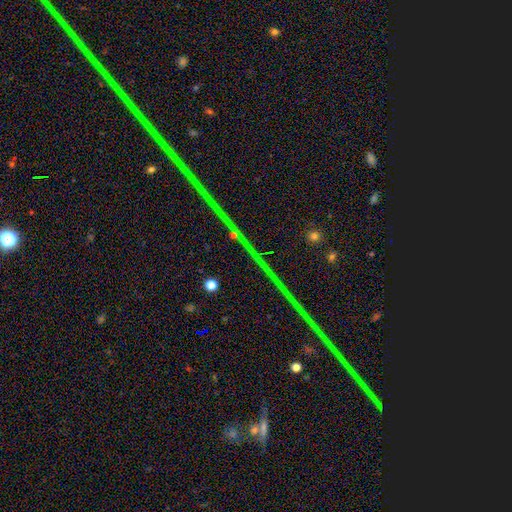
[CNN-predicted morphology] Q: Smooth or featured?
A: star or artifact (89%); runner-up: featured or disk (6%)